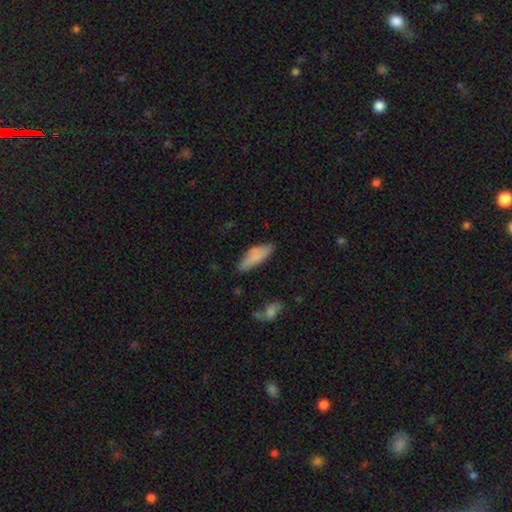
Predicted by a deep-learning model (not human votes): Overall: smooth (81%). How rounded: in between (56%; cigar-shaped 42%). Merging: none (73%).